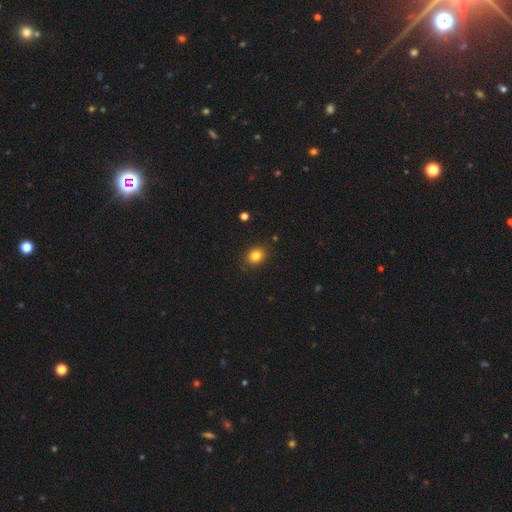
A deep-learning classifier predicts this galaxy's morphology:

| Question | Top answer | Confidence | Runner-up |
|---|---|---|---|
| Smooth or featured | smooth | 83% | star or artifact (11%) |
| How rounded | round | 54% | in between (45%) |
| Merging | none | 86% | minor disturbance (10%) |